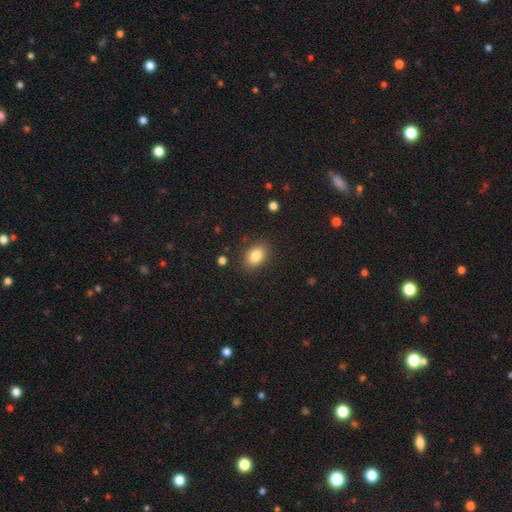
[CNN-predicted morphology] smooth 84%, star or artifact 9%, featured or disk 7%. Down the decision tree: how rounded — in between (79%); merging — none (86%).